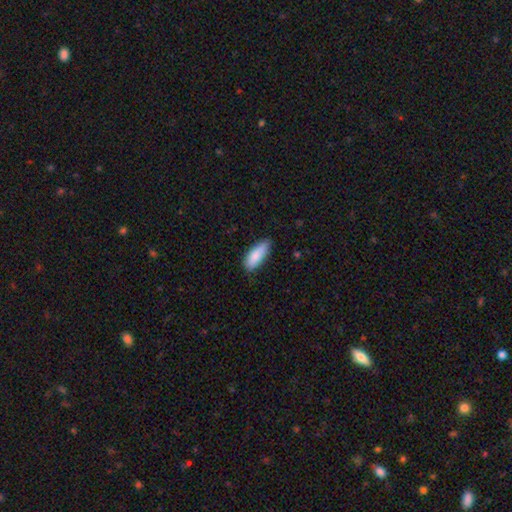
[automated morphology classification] Smooth or featured?
  - smooth: 86% *
  - featured or disk: 8%
  - star or artifact: 6%
How rounded?
  - in between: 70% *
  - cigar-shaped: 28%
  - round: 2%
Merging?
  - none: 76% *
  - minor disturbance: 20%
  - major disturbance: 3%
  - merger: 1%